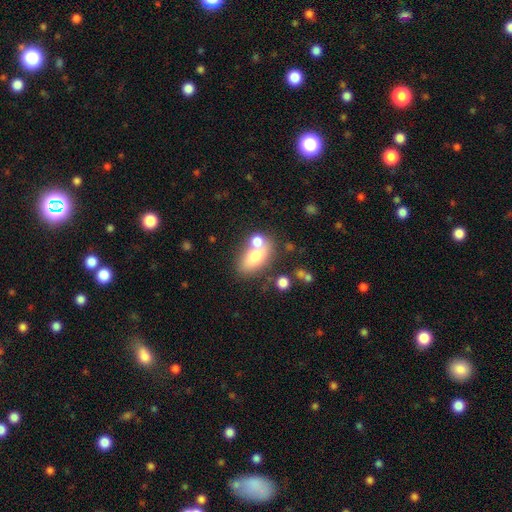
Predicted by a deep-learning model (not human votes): A smooth galaxy with no disk features (72%) that is in between round and cigar-shaped (84%).

Vote fractions:
- Smooth or featured? smooth: 72% / featured or disk: 18% / star or artifact: 10%
- How rounded? in between: 84% / round: 12% / cigar-shaped: 4%
- Merging? none: 50% / merger: 30% / minor disturbance: 14% / major disturbance: 6%